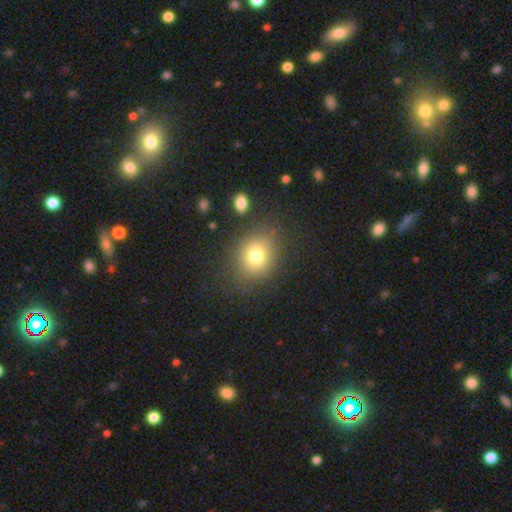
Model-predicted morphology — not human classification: A smooth galaxy with no disk features (77%) that is round (61%). Merging: none (81%).